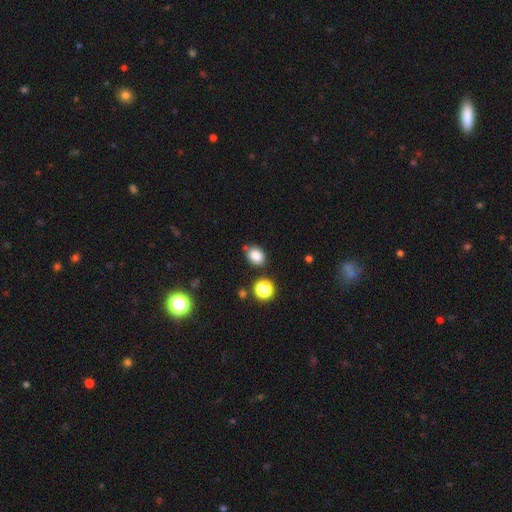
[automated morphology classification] This is clearly a smooth galaxy (83%). How rounded: likely in between (61%). Merging: likely none (74%).